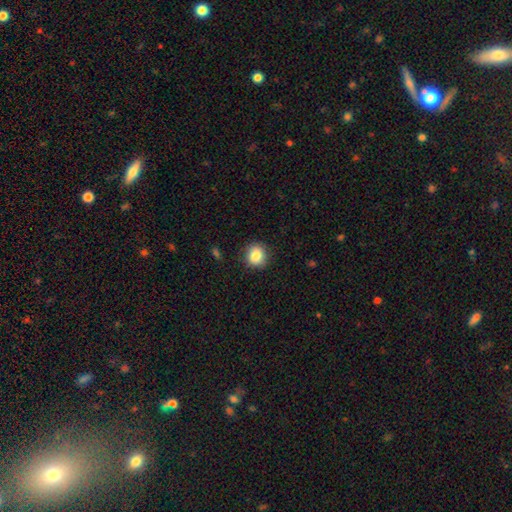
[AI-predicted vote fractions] A smooth galaxy with no disk features (85%) that is round (84%). Merging: none (87%).